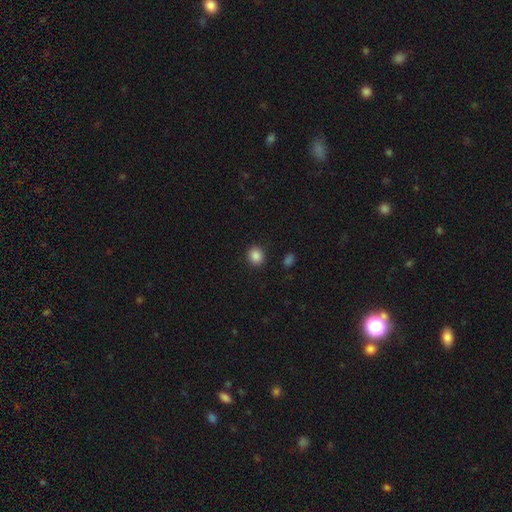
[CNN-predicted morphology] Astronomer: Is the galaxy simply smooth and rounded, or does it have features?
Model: smooth — 87%.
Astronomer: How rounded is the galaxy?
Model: round — 76%.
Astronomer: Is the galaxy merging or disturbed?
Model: none — 90%.